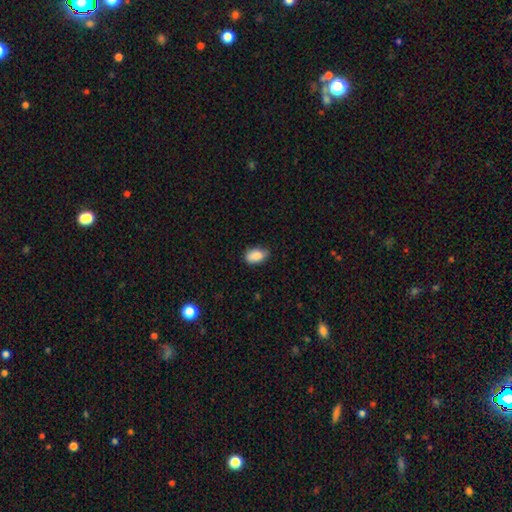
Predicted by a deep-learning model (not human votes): Smooth or featured? Predicted: smooth (p=0.86). How rounded? Predicted: in between (p=0.90). Merging? Predicted: none (p=0.70).